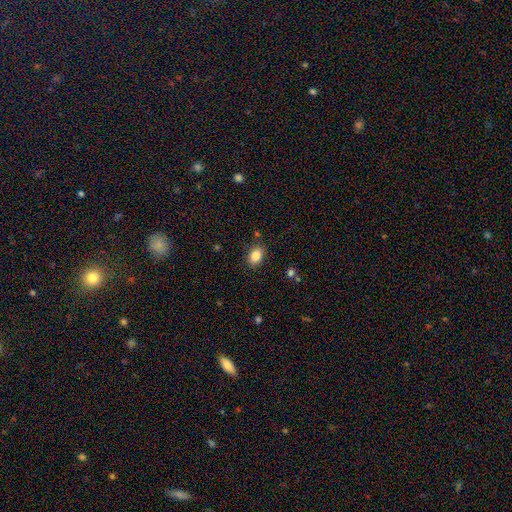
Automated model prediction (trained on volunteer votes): Smooth or featured? Predicted: smooth (p=0.85). How rounded? Predicted: in between (p=0.77). Merging? Predicted: none (p=0.84).